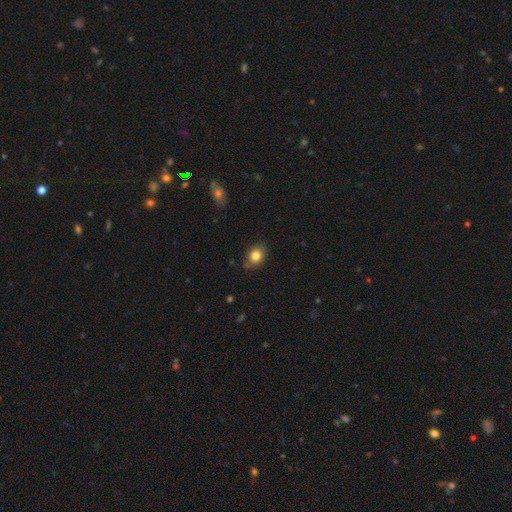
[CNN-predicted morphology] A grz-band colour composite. It shows a smooth galaxy with no disk features (83%) that is in between round and cigar-shaped (56%). Merging: none (78%).